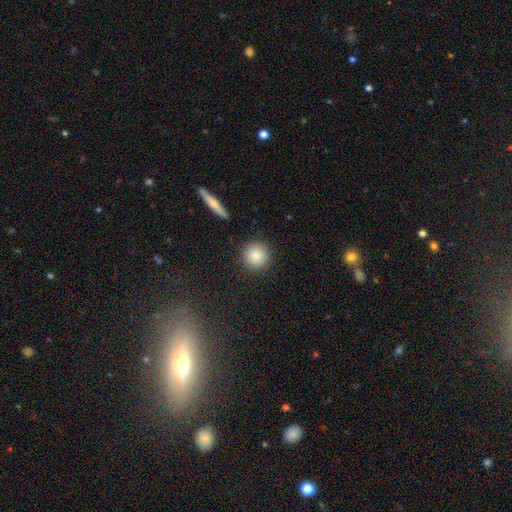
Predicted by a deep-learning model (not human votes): The model was most divided on "smooth or featured": smooth: 86%, star or artifact: 8%, featured or disk: 6%. More confident: how rounded — round (93%); merging — none (90%).